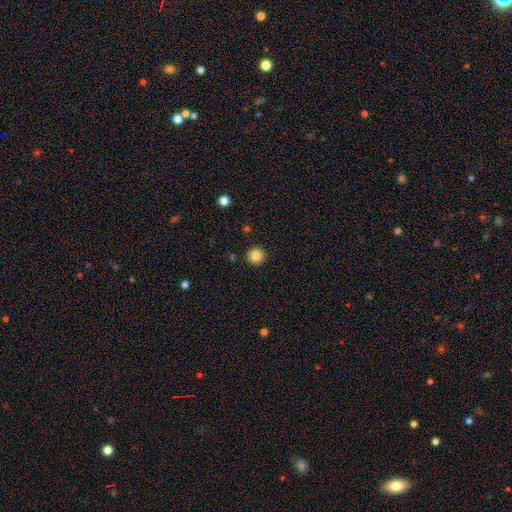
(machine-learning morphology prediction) This appears to be a smooth galaxy with no disk features (85%) that is round (95%). Merging: none (91%).